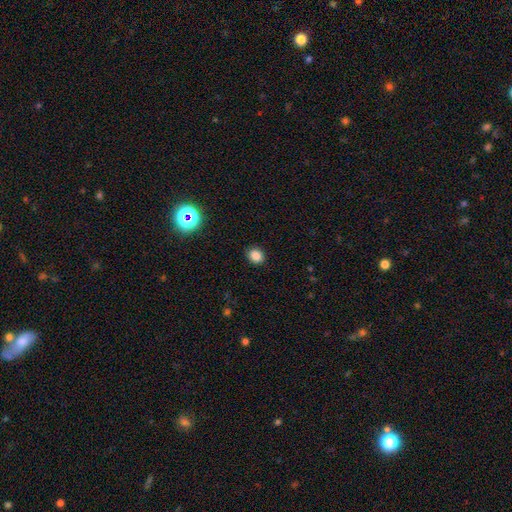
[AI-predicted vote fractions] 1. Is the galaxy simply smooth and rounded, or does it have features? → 83% smooth, 13% star or artifact, 4% featured or disk.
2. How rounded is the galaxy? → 64% round, 35% in between, 1% cigar-shaped.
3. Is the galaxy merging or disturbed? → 89% none, 8% minor disturbance, 2% major disturbance, 1% merger.